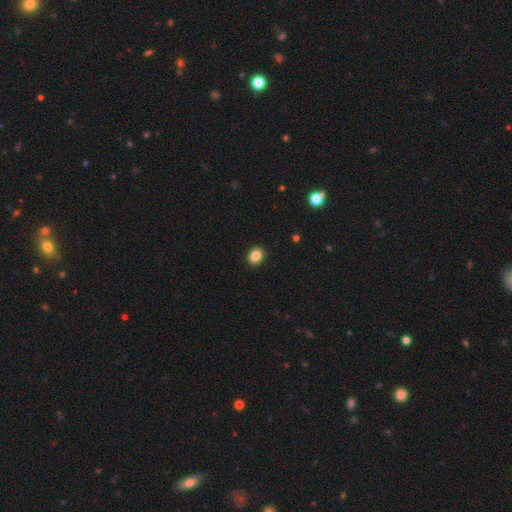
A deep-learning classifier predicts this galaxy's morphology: Q: Smooth or featured?
A: smooth (86%); runner-up: star or artifact (9%)
Q: How rounded?
A: in between (62%); runner-up: round (37%)
Q: Merging?
A: none (91%); runner-up: minor disturbance (6%)